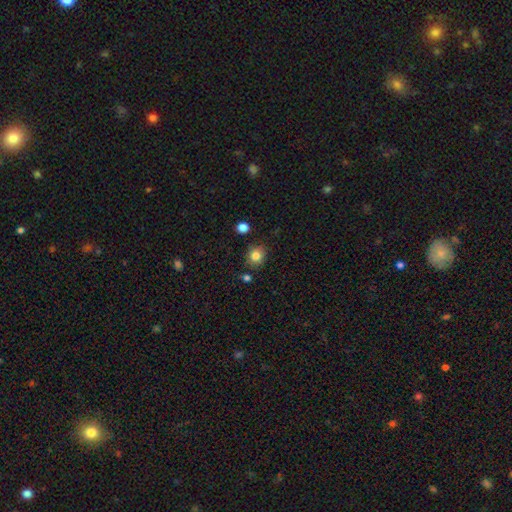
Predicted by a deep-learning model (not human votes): smooth_or_featured: smooth (p=0.83) [alt: star or artifact p=0.11]
how_rounded: round (p=0.81) [alt: in between p=0.18]
merging: none (p=0.83) [alt: minor disturbance p=0.11]